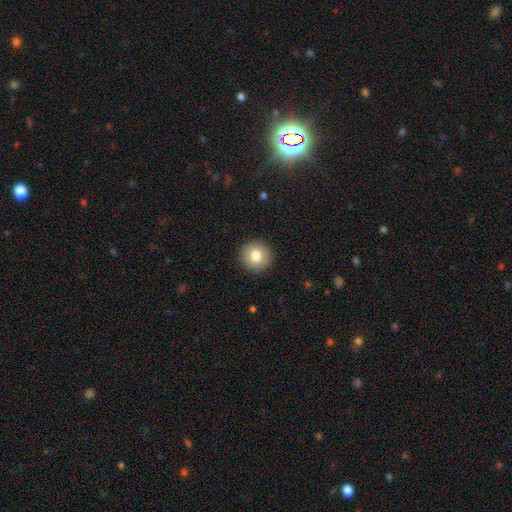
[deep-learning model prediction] A smooth galaxy with no disk features (80%) that is round (94%).

Vote fractions:
- Smooth or featured? smooth: 80% / featured or disk: 11% / star or artifact: 9%
- How rounded? round: 94% / in between: 5% / cigar-shaped: 1%
- Merging? none: 92% / minor disturbance: 5% / major disturbance: 2% / merger: 1%